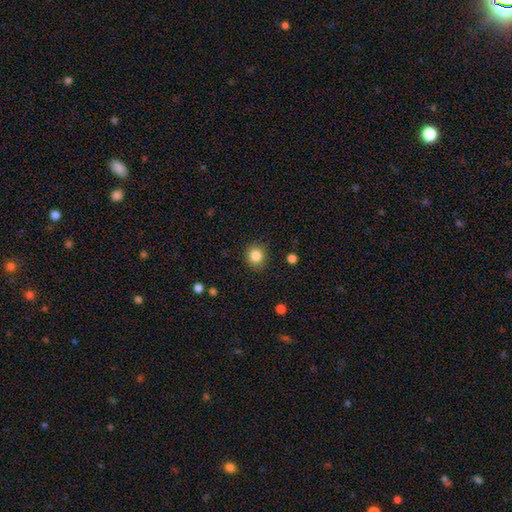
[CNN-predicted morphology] Smooth or featured: smooth — 84% (star or artifact — 11%)
How rounded: round — 89% (in between — 10%)
Merging: none — 89% (minor disturbance — 7%)